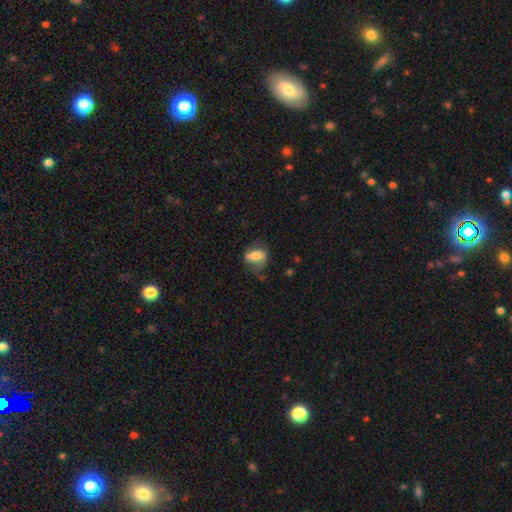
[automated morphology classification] The model was most divided on "merging": none: 55%, minor disturbance: 27%, major disturbance: 15%, merger: 3%. More confident: how rounded — in between (76%); smooth or featured — smooth (62%).